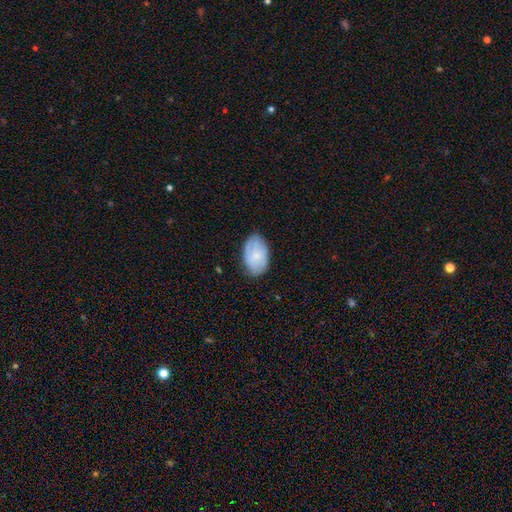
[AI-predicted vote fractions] This appears to be a smooth galaxy with no disk features (66%) that is in between round and cigar-shaped (91%). Merging: none (77%).